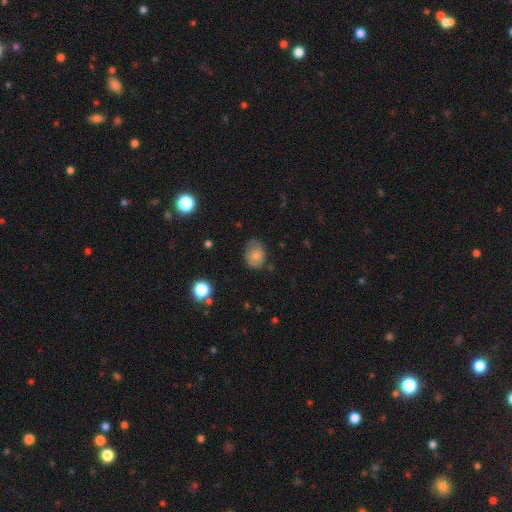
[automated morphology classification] Overall: smooth (73%). How rounded: in between (59%; round 40%). Merging: none (63%; minor disturbance 27%).